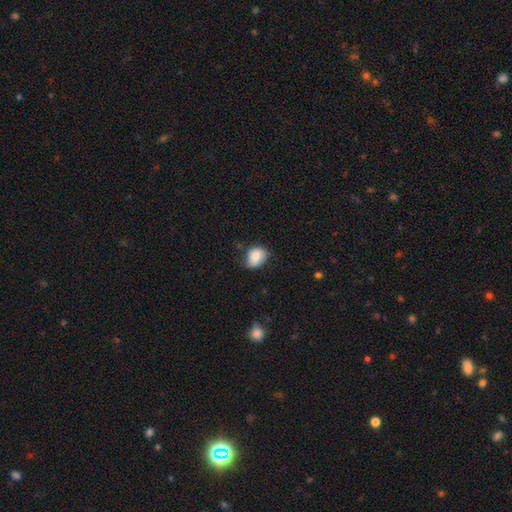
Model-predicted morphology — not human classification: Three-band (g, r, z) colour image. It shows a smooth galaxy with no disk features (78%) that is in between round and cigar-shaped (55%). Merging: none (61%).